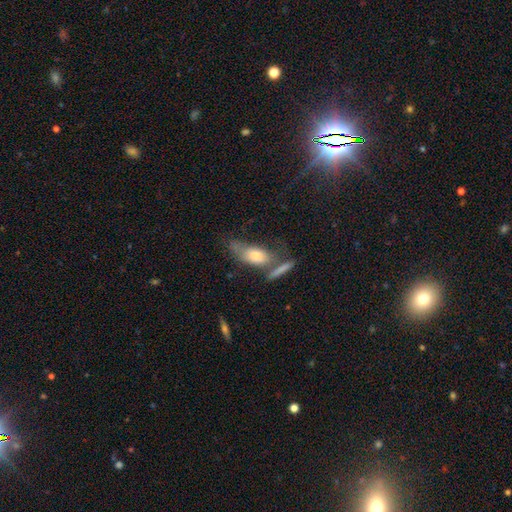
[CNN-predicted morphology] Smooth or featured?
  - smooth: 64% *
  - featured or disk: 27%
  - star or artifact: 9%
How rounded?
  - in between: 74% *
  - cigar-shaped: 21%
  - round: 5%
Merging?
  - none: 37% *
  - merger: 25%
  - minor disturbance: 22%
  - major disturbance: 15%